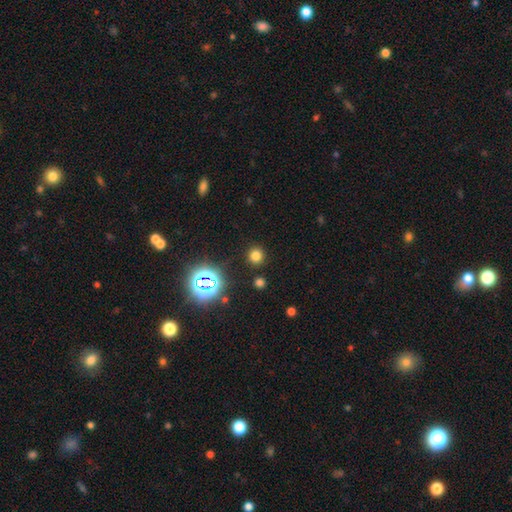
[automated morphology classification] This appears to be a smooth galaxy with no disk features (72%) that is round (92%). Merging: none (88%).